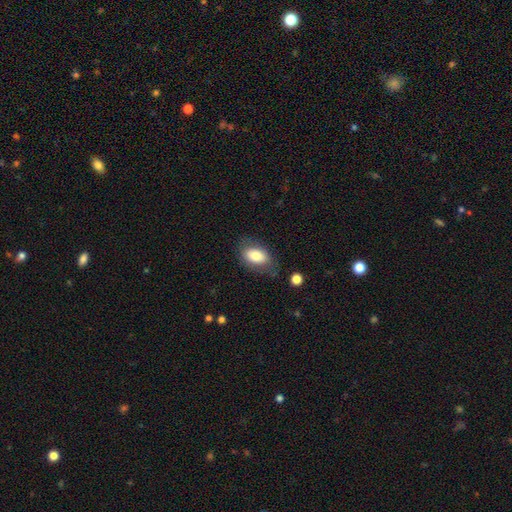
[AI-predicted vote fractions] Morphology: type=smooth (79%); roundness=in between (89%); merging=none (72%).